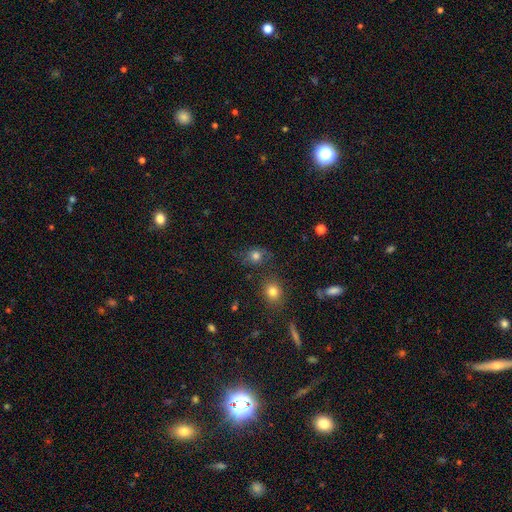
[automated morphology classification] The model was most divided on "how rounded": round: 65%, in between: 33%, cigar-shaped: 1%. More confident: smooth or featured — smooth (75%); merging — none (66%).